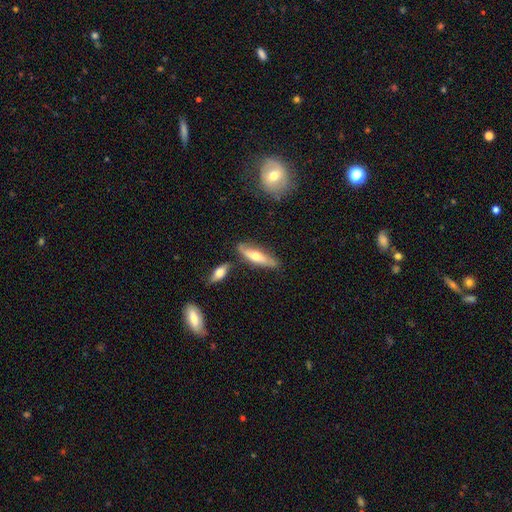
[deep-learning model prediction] Smooth or featured?
  - smooth: 50% *
  - featured or disk: 44%
  - star or artifact: 6%
Merging?
  - none: 70% *
  - minor disturbance: 18%
  - merger: 8%
  - major disturbance: 4%